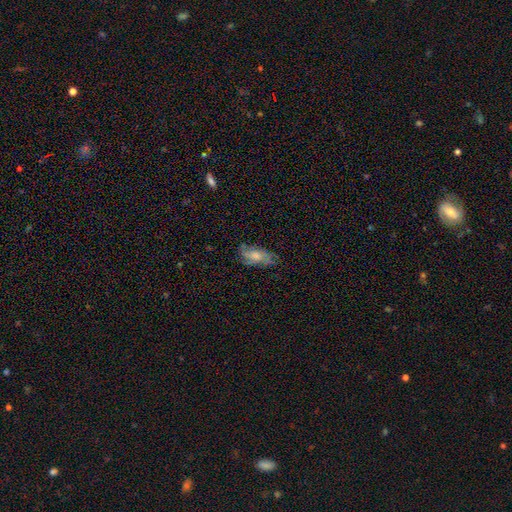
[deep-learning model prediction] Q: Smooth or featured?
A: featured or disk (50%); runner-up: smooth (42%)
Q: Merging?
A: none (61%); runner-up: minor disturbance (25%)